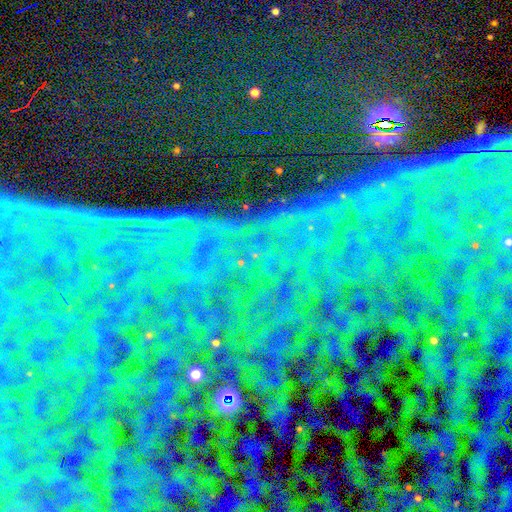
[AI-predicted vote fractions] Overall: star or artifact (85%).